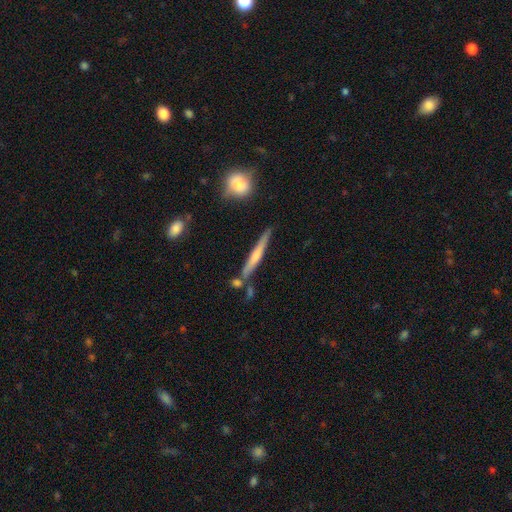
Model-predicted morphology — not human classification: The model was most divided on "smooth or featured": featured or disk: 50%, smooth: 44%, star or artifact: 6%. More confident: edge-on disk — yes (96%); merging — none (78%).